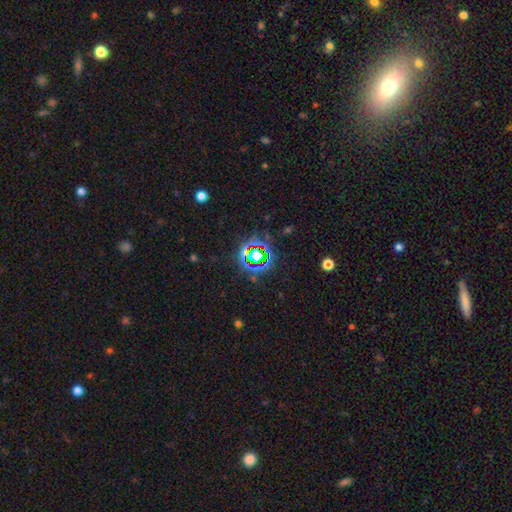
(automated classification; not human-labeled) Q: Smooth or featured?
A: star or artifact (75%); runner-up: smooth (15%)